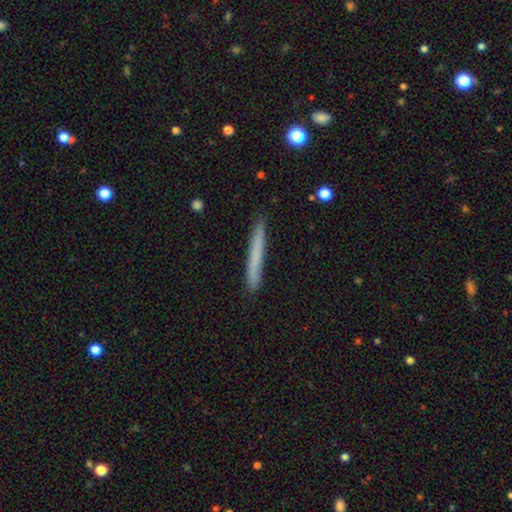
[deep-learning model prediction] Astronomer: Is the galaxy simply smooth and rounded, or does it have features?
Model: smooth — 68%.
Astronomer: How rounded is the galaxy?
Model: cigar-shaped — 97%.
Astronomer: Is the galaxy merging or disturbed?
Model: none — 90%.